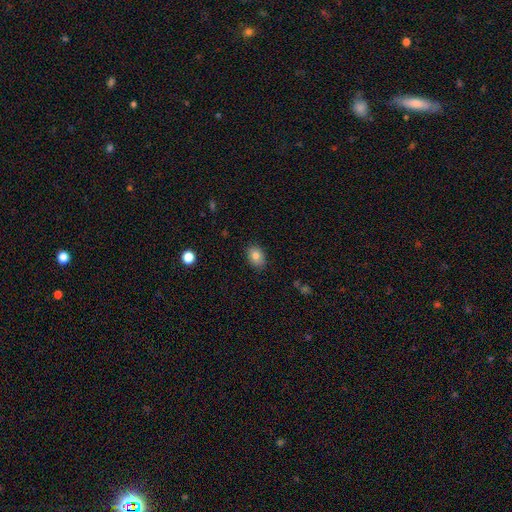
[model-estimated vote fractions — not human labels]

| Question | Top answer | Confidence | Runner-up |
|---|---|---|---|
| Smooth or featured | smooth | 81% | featured or disk (10%) |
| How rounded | in between | 74% | round (25%) |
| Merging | none | 86% | minor disturbance (11%) |